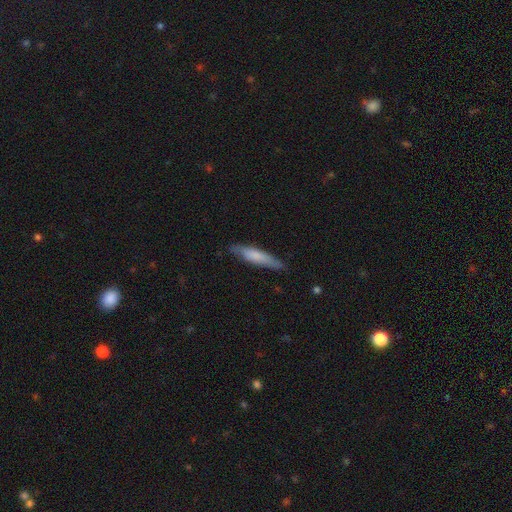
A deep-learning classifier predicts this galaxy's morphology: Smooth or featured? Predicted: smooth (p=0.71). How rounded? Predicted: cigar-shaped (p=0.86). Merging? Predicted: none (p=0.82).